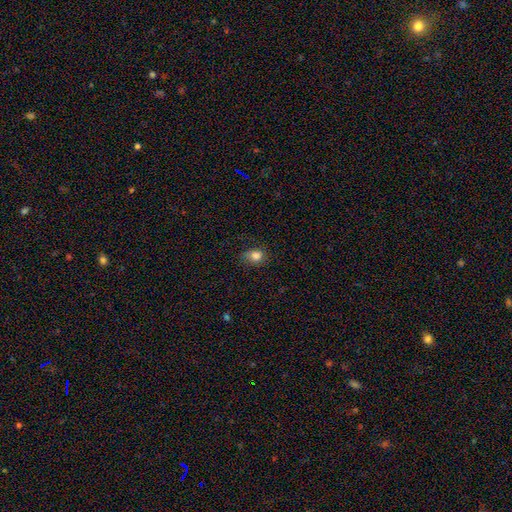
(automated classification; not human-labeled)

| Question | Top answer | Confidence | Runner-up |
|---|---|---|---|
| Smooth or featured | smooth | 83% | star or artifact (10%) |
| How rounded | in between | 53% | round (46%) |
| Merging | none | 70% | minor disturbance (22%) |